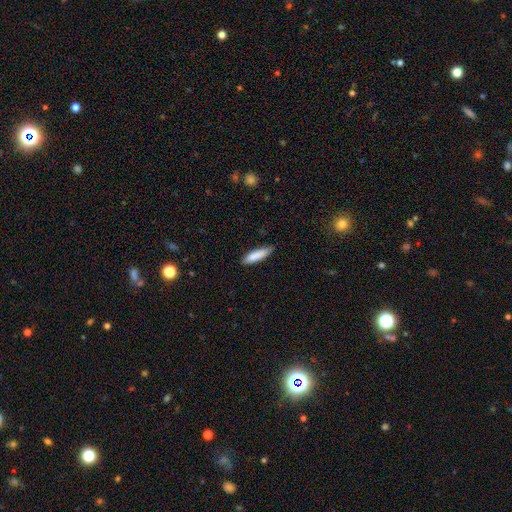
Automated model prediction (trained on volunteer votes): smooth_or_featured: smooth (p=0.85) [alt: featured or disk p=0.09]
how_rounded: cigar-shaped (p=0.73) [alt: in between p=0.25]
merging: none (p=0.84) [alt: minor disturbance p=0.13]